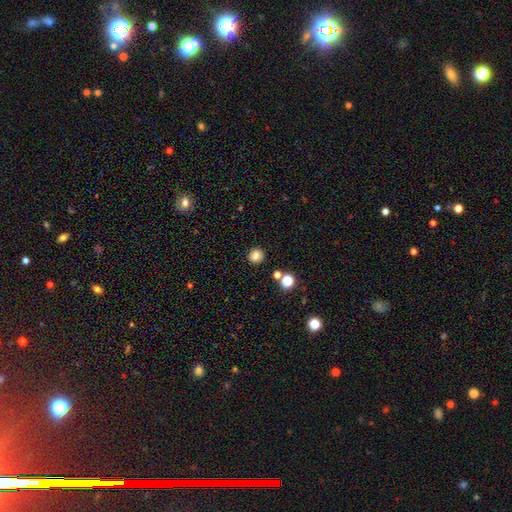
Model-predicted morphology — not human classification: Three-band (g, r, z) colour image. It shows a smooth galaxy with no disk features (80%) that is round (91%). Merging: none (89%).